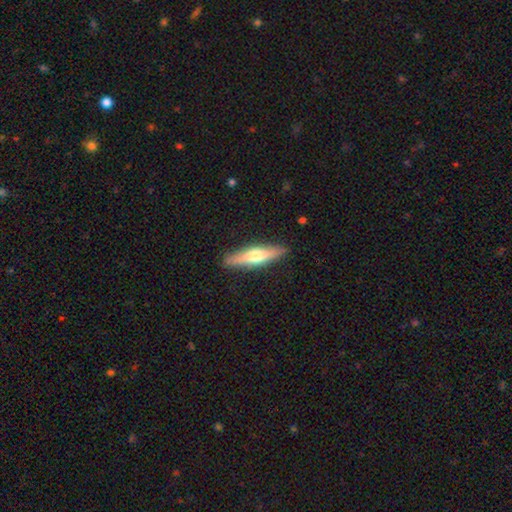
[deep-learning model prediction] This appears to be a smooth galaxy with no disk features (48%). Merging: none (87%).